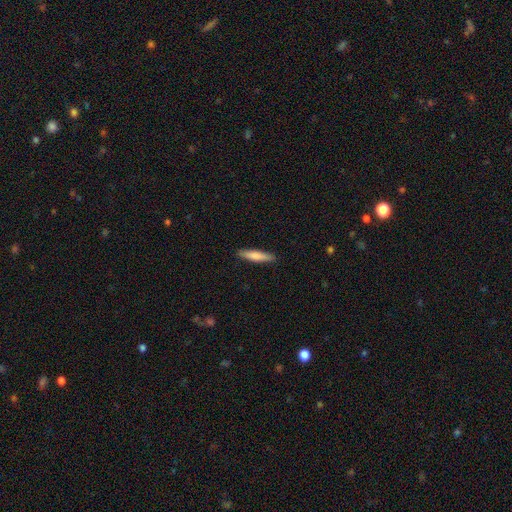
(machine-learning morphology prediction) This appears to be a smooth galaxy with no disk features (75%) that is cigar-shaped (87%). Merging: none (90%).